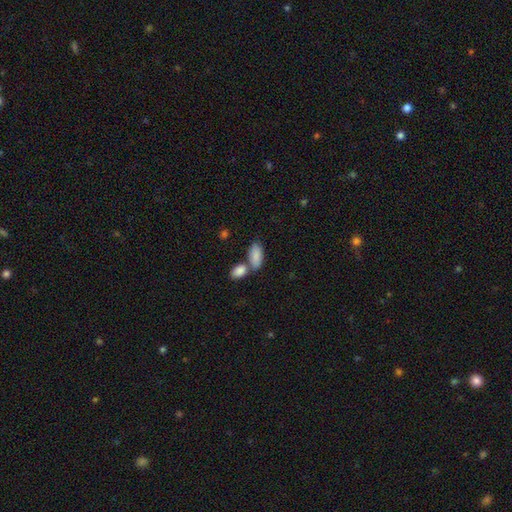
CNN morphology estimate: The model was most divided on "merging": none: 45%, merger: 41%, minor disturbance: 10%, major disturbance: 4%. More confident: how rounded — in between (91%); smooth or featured — smooth (87%).